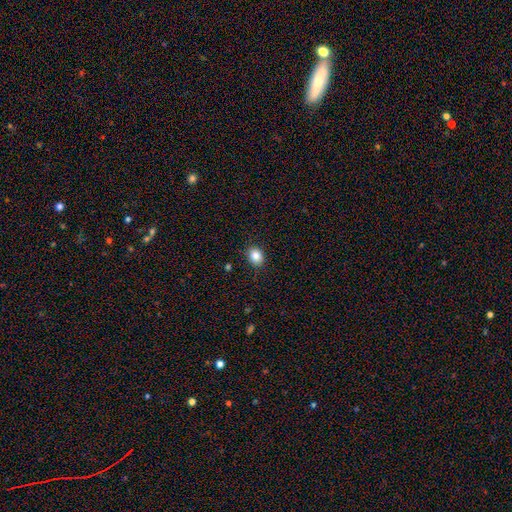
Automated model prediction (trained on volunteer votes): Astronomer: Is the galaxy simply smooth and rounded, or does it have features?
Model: smooth — 85%.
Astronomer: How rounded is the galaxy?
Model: round — 52% (runner-up: in between, 47%).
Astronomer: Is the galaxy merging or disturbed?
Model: none — 88%.